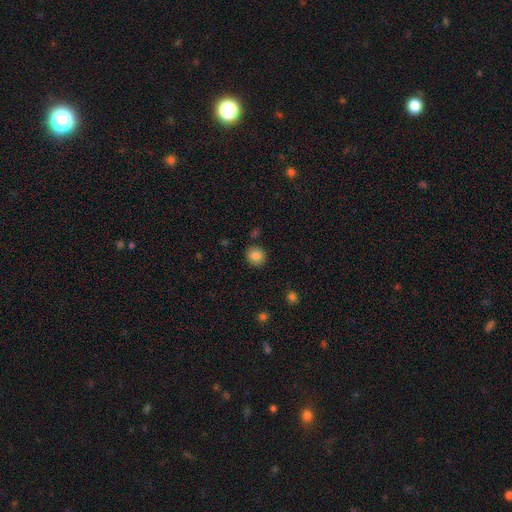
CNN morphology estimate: smooth-or-featured: smooth: 84% | star or artifact: 10% | featured or disk: 6%
  how-rounded: round: 82% | in between: 17% | cigar-shaped: 1%
  merging: none: 87% | minor disturbance: 9% | merger: 3% | major disturbance: 2%